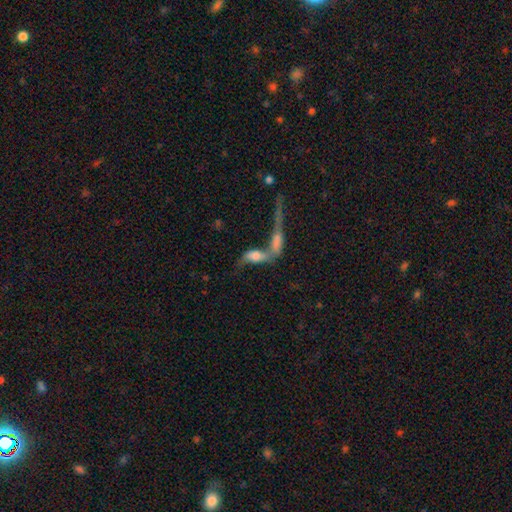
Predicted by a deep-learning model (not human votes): Smooth or featured: featured or disk — 52% (smooth — 37%)
Edge-on disk: no — 75% (yes — 25%)
Merging: merger — 69% (none — 15%)